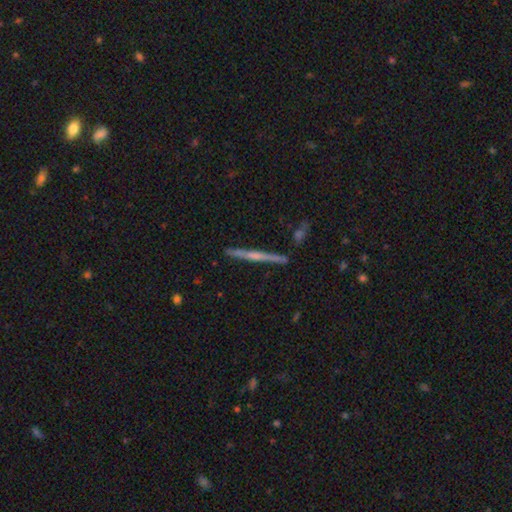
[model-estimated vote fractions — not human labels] Smooth or featured? featured or disk (69%)
Edge-on disk? yes (98%)
Edge-on bulge? rounded (54%)
Merging? none (89%)